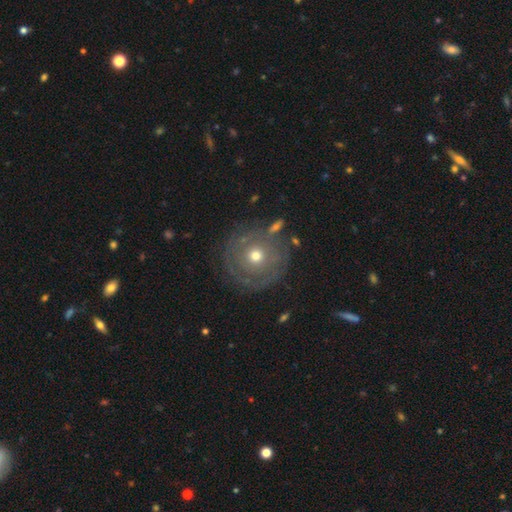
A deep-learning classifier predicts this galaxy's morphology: featured or disk 51%, smooth 39%, star or artifact 9%. Down the decision tree: edge-on disk — no (96%); merging — none (76%).